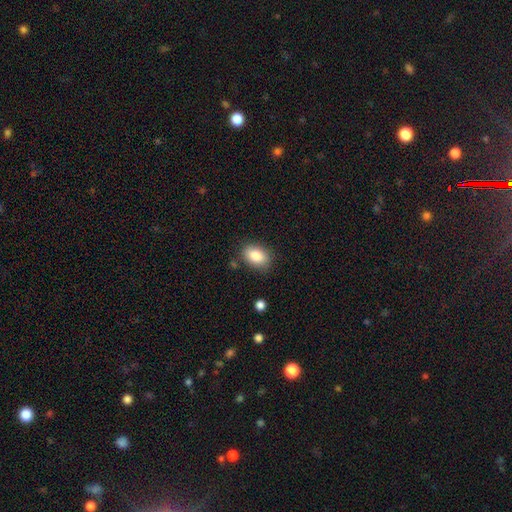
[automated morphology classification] Q: Smooth or featured?
A: smooth (83%); runner-up: featured or disk (8%)
Q: How rounded?
A: in between (82%); runner-up: round (17%)
Q: Merging?
A: none (82%); runner-up: minor disturbance (13%)